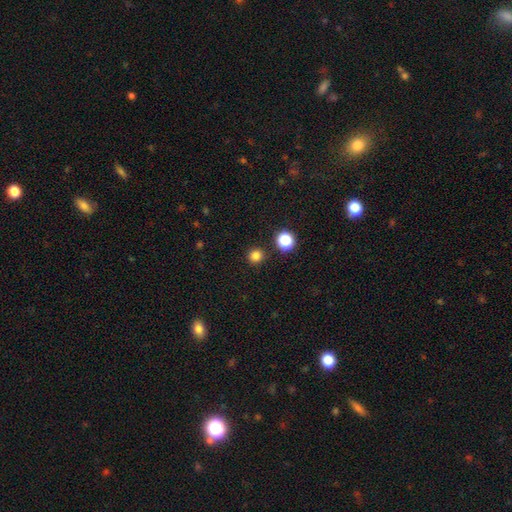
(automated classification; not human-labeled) Q: Smooth or featured?
A: smooth (81%); runner-up: star or artifact (15%)
Q: How rounded?
A: round (94%); runner-up: in between (5%)
Q: Merging?
A: none (90%); runner-up: minor disturbance (5%)